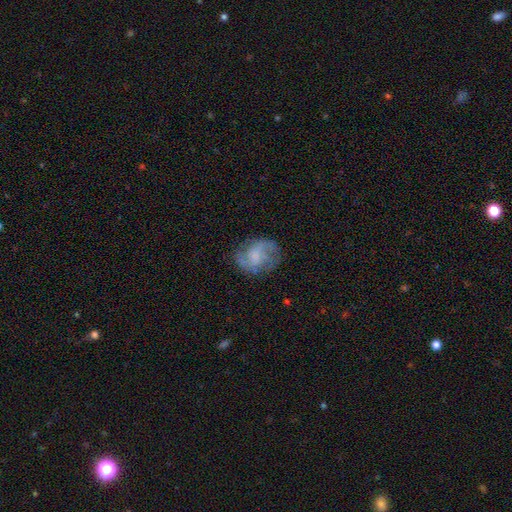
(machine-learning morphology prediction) Smooth or featured?
  - featured or disk: 71% *
  - smooth: 21%
  - star or artifact: 8%
Edge-on disk?
  - no: 98% *
  - yes: 2%
Bar?
  - no: 53% *
  - weak: 39%
  - strong: 7%
Spiral arms?
  - yes: 90% *
  - no: 10%
Spiral winding?
  - medium: 47% *
  - loose: 34%
  - tight: 20%
Spiral arm count?
  - 2: 58% *
  - 3: 16%
  - can't tell: 15%
  - 1: 4%
  - 4: 4%
  - more than 4: 3%
Bulge size?
  - none: 42% *
  - small: 25%
  - moderate: 24%
  - large: 8%
  - dominant: 1%
Merging?
  - none: 69% *
  - minor disturbance: 18%
  - major disturbance: 11%
  - merger: 1%